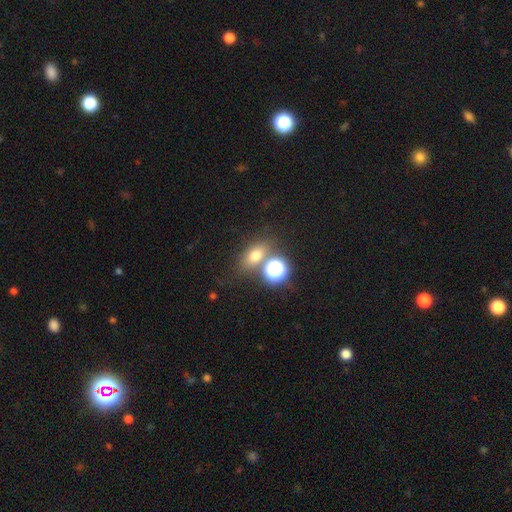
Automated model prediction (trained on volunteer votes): Smooth or featured? Predicted: smooth (p=0.67). How rounded? Predicted: in between (p=0.59). Merging? Predicted: none (p=0.66).